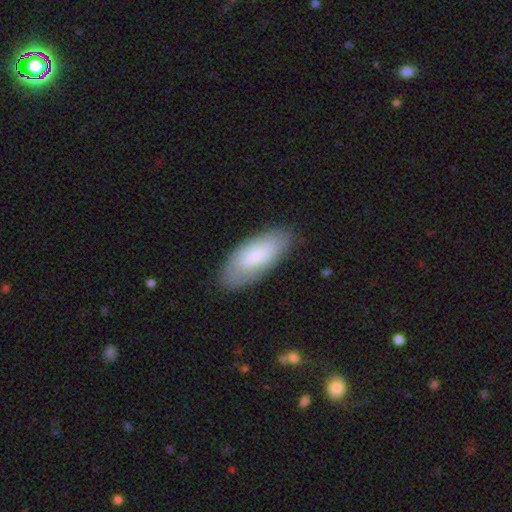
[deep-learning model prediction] The model was most divided on "smooth or featured": smooth: 73%, featured or disk: 21%, star or artifact: 6%. More confident: how rounded — in between (85%); merging — none (81%).